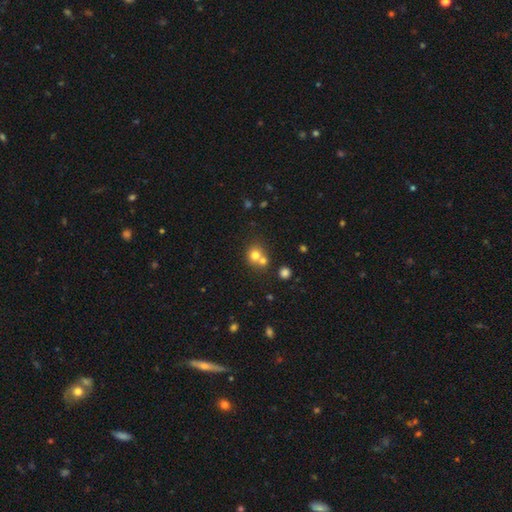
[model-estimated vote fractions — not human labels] smooth_or_featured: smooth (p=0.73) [alt: star or artifact p=0.14]
how_rounded: round (p=0.83) [alt: in between p=0.17]
merging: merger (p=0.46) [alt: none p=0.45]